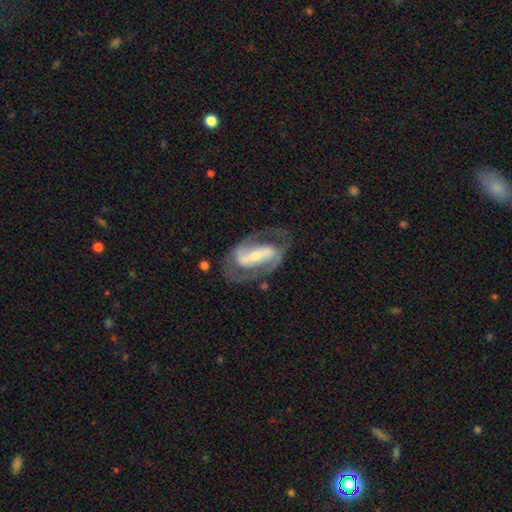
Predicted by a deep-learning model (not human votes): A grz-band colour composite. It shows a featured or disk galaxy (86%) with a strong bar (71%), 2 (90%) medium (53%) spiral arms (92%) and a small central bulge (50%). Merging: none (70%).